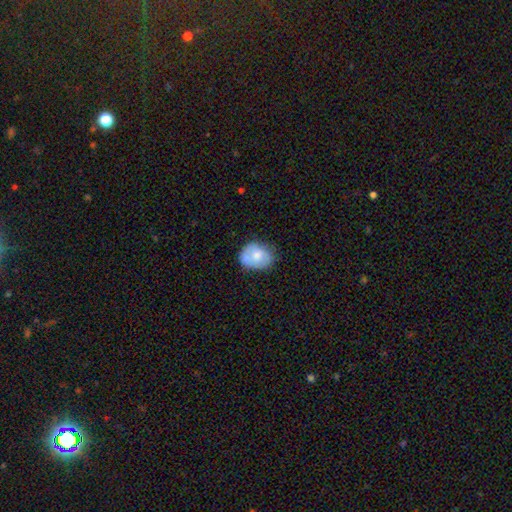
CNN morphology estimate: smooth_or_featured: smooth (p=0.62) [alt: featured or disk p=0.31]
how_rounded: in between (p=0.52) [alt: round p=0.47]
merging: none (p=0.56) [alt: minor disturbance p=0.29]